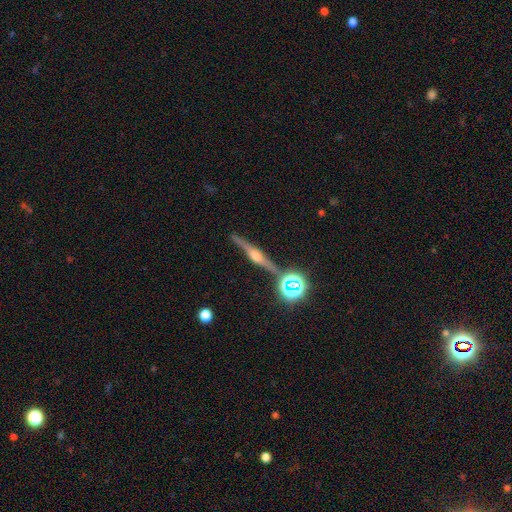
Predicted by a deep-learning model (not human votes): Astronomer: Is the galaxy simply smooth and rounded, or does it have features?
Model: featured or disk — 80%.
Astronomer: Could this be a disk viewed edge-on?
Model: yes — 97%.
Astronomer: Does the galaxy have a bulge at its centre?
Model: rounded — 92%.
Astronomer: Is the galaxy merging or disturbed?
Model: none — 87%.